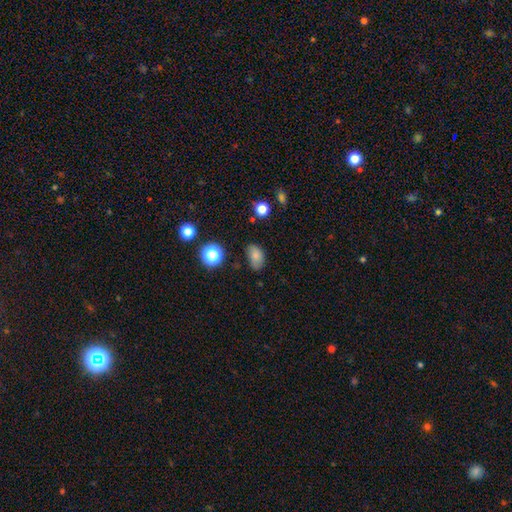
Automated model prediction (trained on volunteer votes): The model was most divided on "merging": none: 67%, minor disturbance: 25%, major disturbance: 6%, merger: 2%. More confident: how rounded — in between (86%); smooth or featured — smooth (78%).